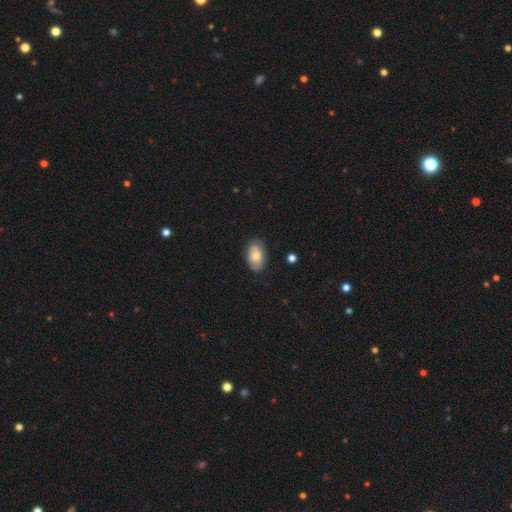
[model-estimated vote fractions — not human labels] Smooth or featured? Predicted: smooth (p=0.75). How rounded? Predicted: in between (p=0.93). Merging? Predicted: none (p=0.82).